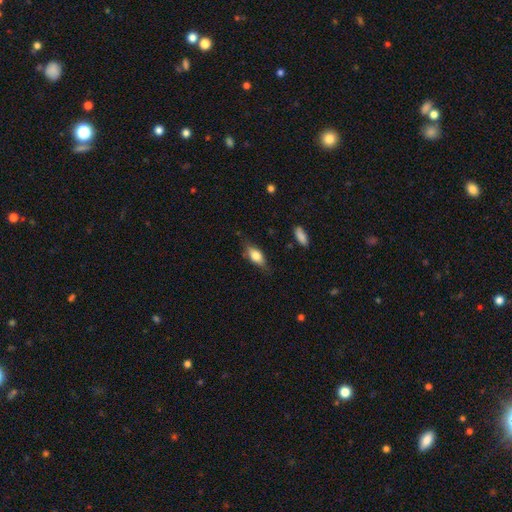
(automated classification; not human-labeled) A smooth galaxy with no disk features (67%) that is in between round and cigar-shaped (78%). Merging: none (71%).